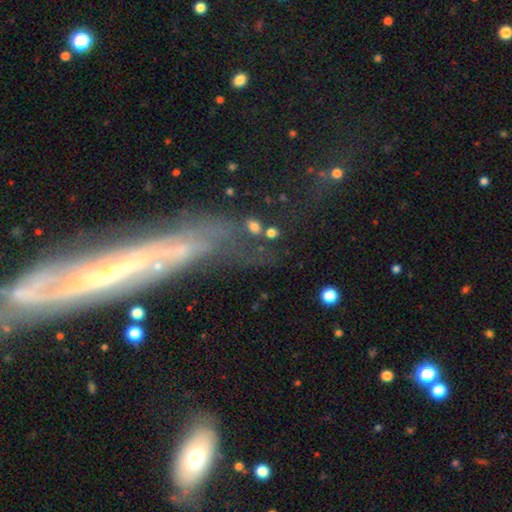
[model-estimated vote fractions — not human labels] Smooth or featured?
  - featured or disk: 60% *
  - smooth: 23%
  - star or artifact: 17%
Edge-on disk?
  - yes: 56% *
  - no: 44%
Merging?
  - none: 51% *
  - minor disturbance: 21%
  - major disturbance: 20%
  - merger: 8%